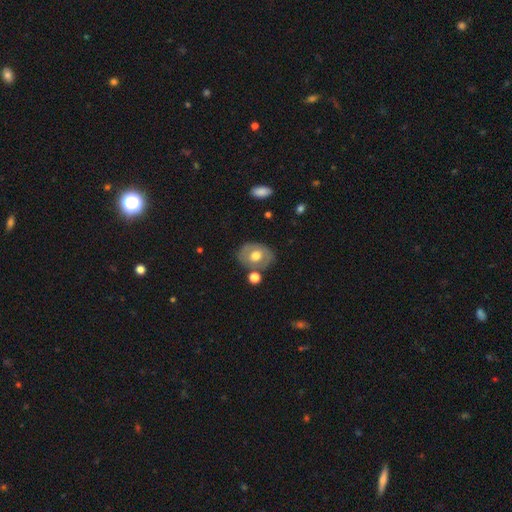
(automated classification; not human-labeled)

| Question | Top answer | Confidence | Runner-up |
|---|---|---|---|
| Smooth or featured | smooth | 50% | featured or disk (42%) |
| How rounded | in between | 57% | round (42%) |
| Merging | none | 69% | minor disturbance (17%) |